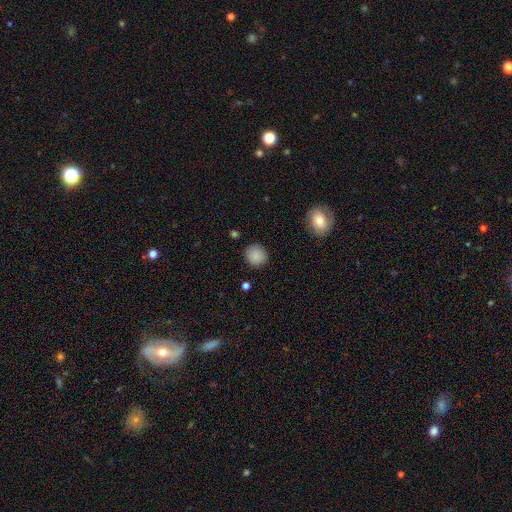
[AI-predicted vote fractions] This appears to be a smooth galaxy with no disk features (87%) that is round (90%). Merging: none (87%).